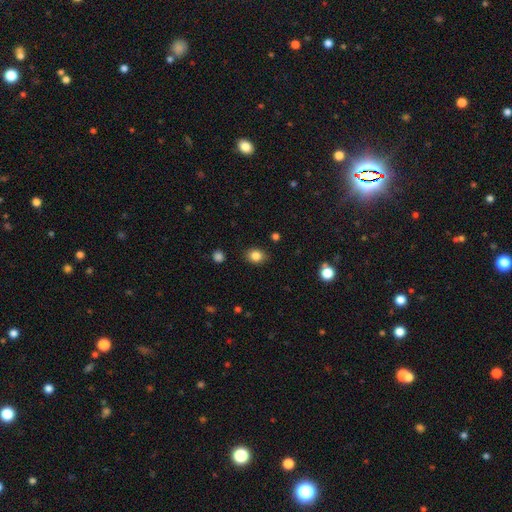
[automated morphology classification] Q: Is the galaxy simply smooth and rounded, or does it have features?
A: smooth — 84%.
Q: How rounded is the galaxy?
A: in between — 50%.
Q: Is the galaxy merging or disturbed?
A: none — 86%.